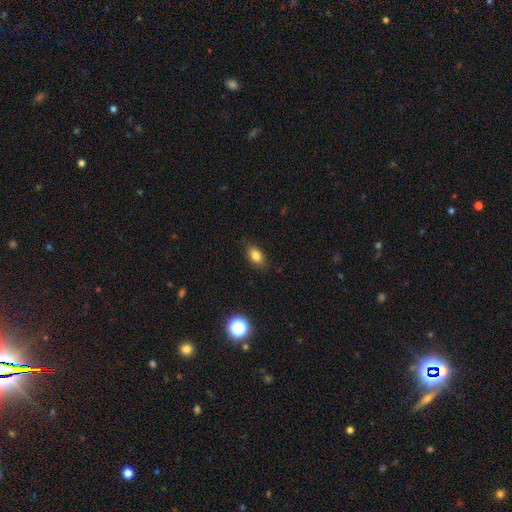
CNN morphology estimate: Smooth or featured?
  - smooth: 81% *
  - star or artifact: 10%
  - featured or disk: 8%
How rounded?
  - in between: 85% *
  - round: 12%
  - cigar-shaped: 3%
Merging?
  - none: 84% *
  - minor disturbance: 12%
  - major disturbance: 3%
  - merger: 1%